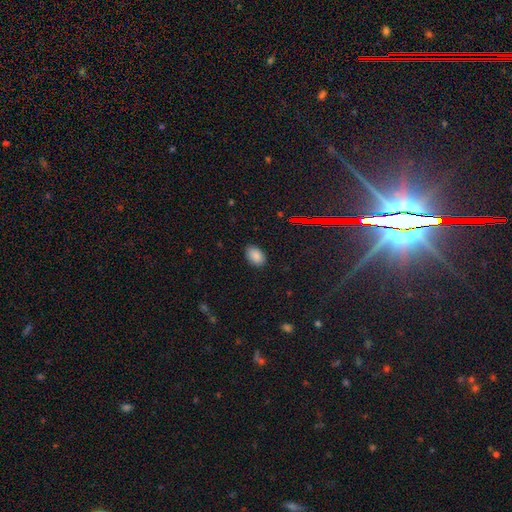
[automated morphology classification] smooth 84%, star or artifact 11%, featured or disk 5%. Down the decision tree: how rounded — in between (88%); merging — none (85%).